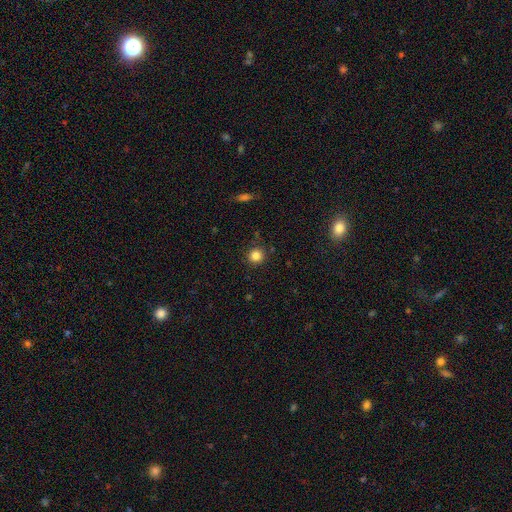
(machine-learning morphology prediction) A smooth galaxy with no disk features (83%) that is round (94%).

Vote fractions:
- Smooth or featured? smooth: 83% / star or artifact: 12% / featured or disk: 5%
- How rounded? round: 94% / in between: 5% / cigar-shaped: 1%
- Merging? none: 88% / minor disturbance: 8% / major disturbance: 2% / merger: 2%